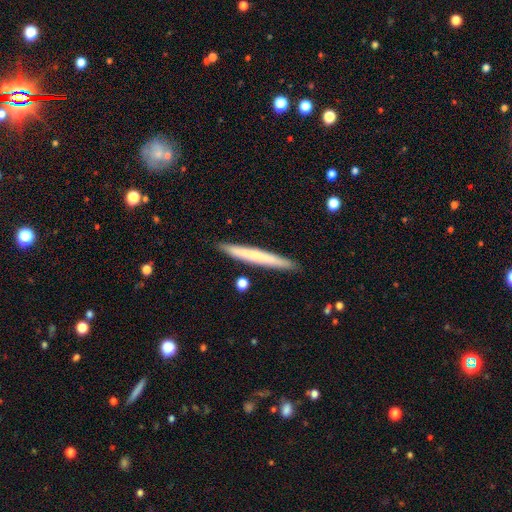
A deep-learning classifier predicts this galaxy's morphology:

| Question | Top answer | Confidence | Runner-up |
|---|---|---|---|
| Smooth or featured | smooth | 60% | featured or disk (34%) |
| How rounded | cigar-shaped | 97% | in between (2%) |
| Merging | none | 90% | minor disturbance (7%) |